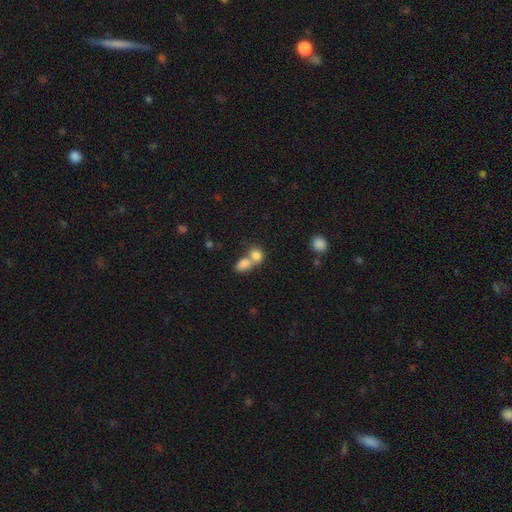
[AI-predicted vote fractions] Overall: smooth (81%). How rounded: in between (53%; round 45%). Merging: merger (65%; none 26%).